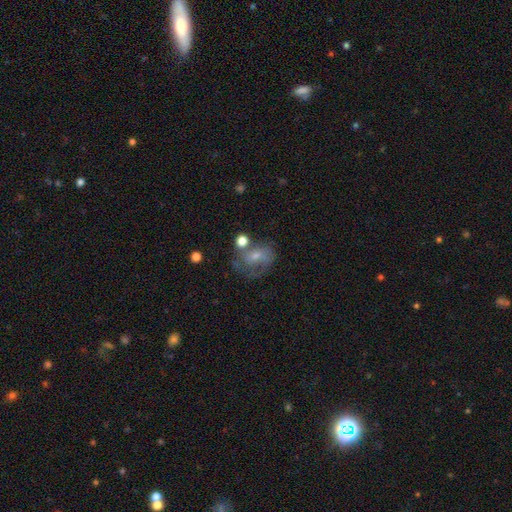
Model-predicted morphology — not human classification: This is possibly a featured or disk galaxy (55%). It is clearly not viewed edge-on (96%). Bar: possibly no (53%). Spiral arm pattern: likely yes (72%). Central bulge: possibly small (54%). Merging: possibly none (47%).